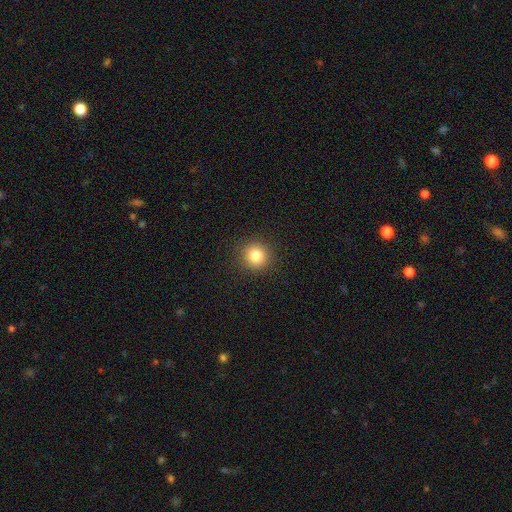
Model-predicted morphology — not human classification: Smooth or featured? smooth (84%)
How rounded? round (92%)
Merging? none (91%)